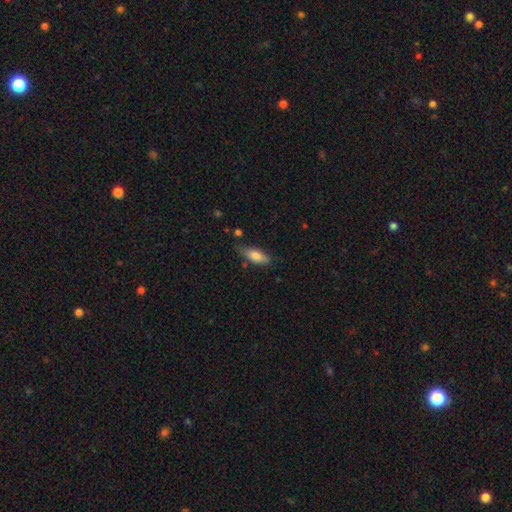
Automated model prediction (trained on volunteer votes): Smooth or featured?
  - smooth: 80% *
  - featured or disk: 14%
  - star or artifact: 7%
How rounded?
  - in between: 71% *
  - cigar-shaped: 27%
  - round: 2%
Merging?
  - none: 69% *
  - minor disturbance: 24%
  - major disturbance: 5%
  - merger: 3%